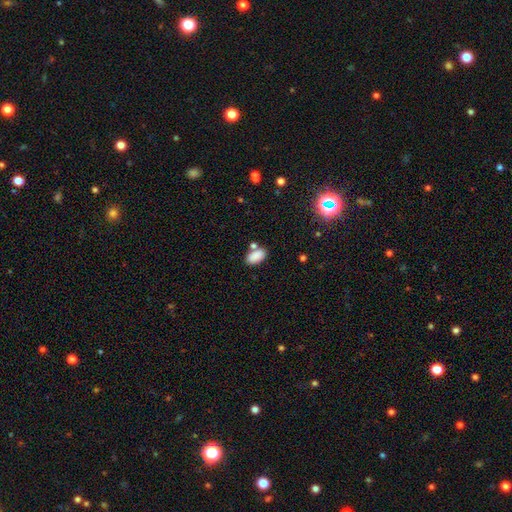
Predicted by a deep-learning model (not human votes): smooth 86%, star or artifact 9%, featured or disk 5%. Down the decision tree: how rounded — in between (93%); merging — none (68%).